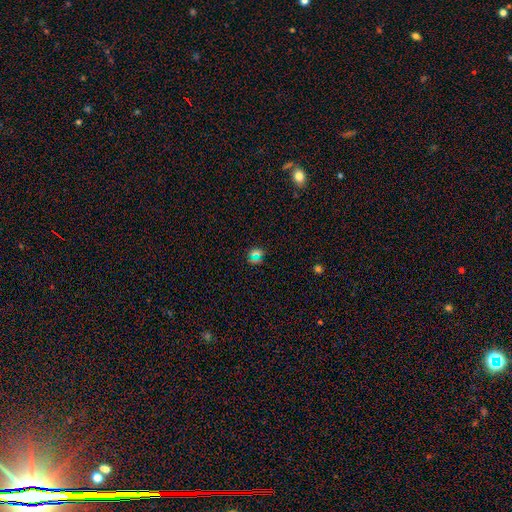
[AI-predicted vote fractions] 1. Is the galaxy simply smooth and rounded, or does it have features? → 53% smooth, 38% star or artifact, 9% featured or disk.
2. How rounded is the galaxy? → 71% round, 25% in between, 4% cigar-shaped.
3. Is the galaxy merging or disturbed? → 79% none, 11% minor disturbance, 5% major disturbance, 5% merger.